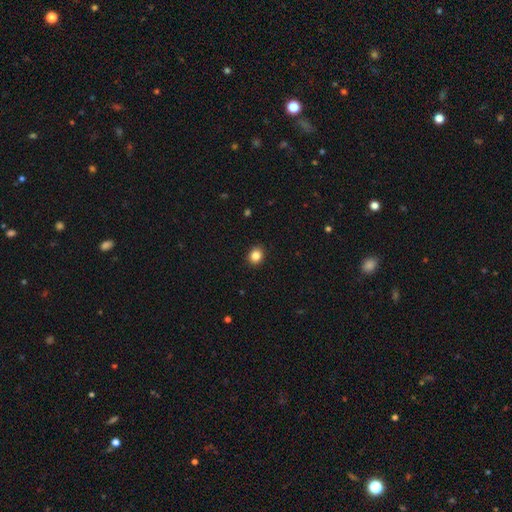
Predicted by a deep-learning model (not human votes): Overall: smooth (85%). How rounded: round (64%; in between 35%). Merging: none (91%).